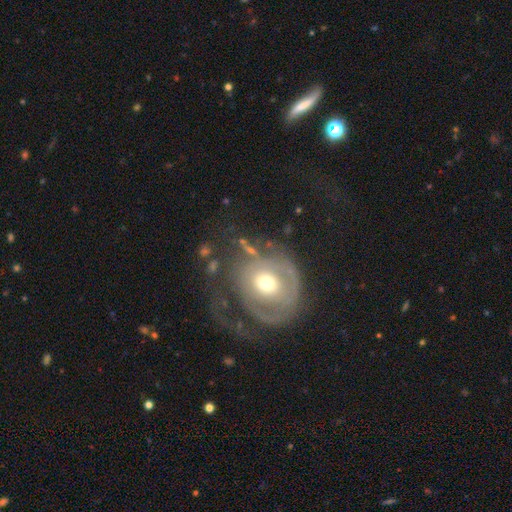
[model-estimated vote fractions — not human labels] Smooth or featured?
  - featured or disk: 69% *
  - smooth: 22%
  - star or artifact: 8%
Edge-on disk?
  - no: 96% *
  - yes: 4%
Bar?
  - no: 77% *
  - weak: 18%
  - strong: 5%
Spiral arms?
  - yes: 63% *
  - no: 37%
Bulge size?
  - moderate: 69% *
  - small: 16%
  - large: 12%
  - dominant: 2%
  - none: 1%
Merging?
  - major disturbance: 41% *
  - none: 38%
  - minor disturbance: 17%
  - merger: 4%